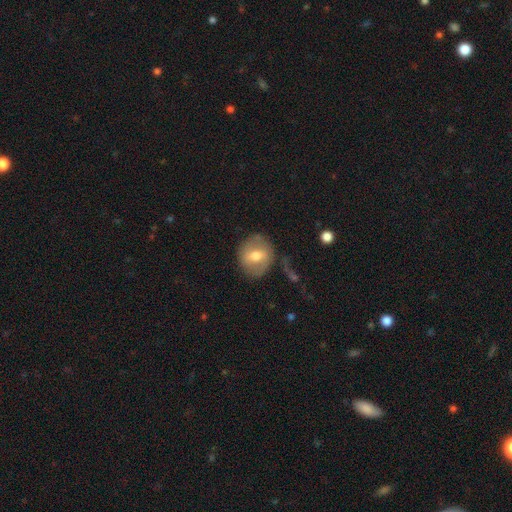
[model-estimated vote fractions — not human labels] smooth_or_featured: smooth (p=0.56) [alt: featured or disk p=0.37]
how_rounded: round (p=0.72) [alt: in between p=0.27]
merging: none (p=0.76) [alt: minor disturbance p=0.15]